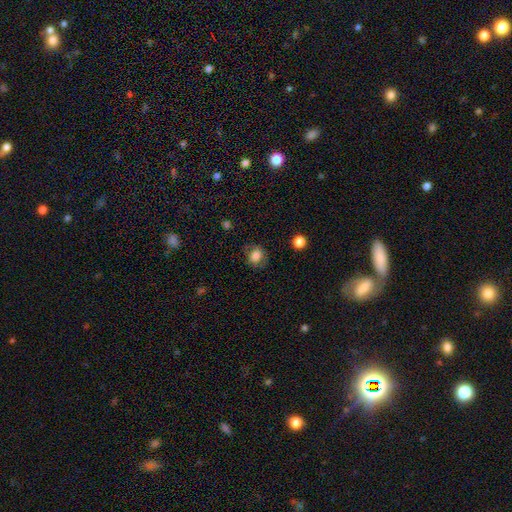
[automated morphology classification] Overall: smooth (80%). How rounded: round (64%; in between 35%). Merging: none (77%).